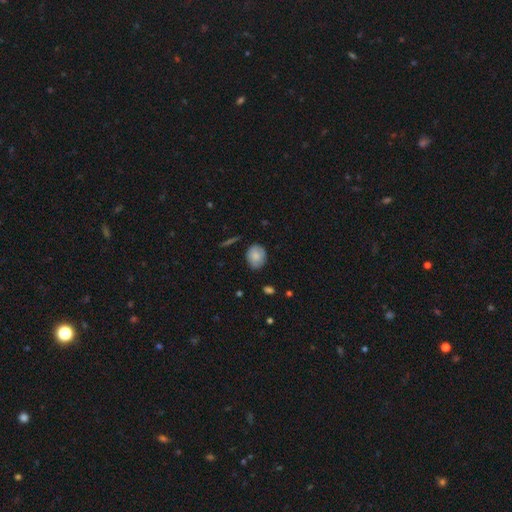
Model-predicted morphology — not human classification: Smooth or featured?
  - smooth: 80% *
  - featured or disk: 13%
  - star or artifact: 7%
How rounded?
  - in between: 56% *
  - round: 43%
  - cigar-shaped: 1%
Merging?
  - none: 77% *
  - minor disturbance: 18%
  - major disturbance: 3%
  - merger: 1%